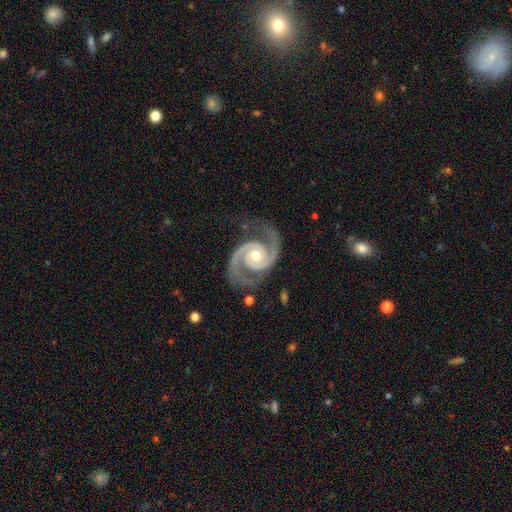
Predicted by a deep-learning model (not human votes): A featured or disk galaxy (95%) with no bar (66%), 2 (94%) medium (53%) spiral arms (99%) and a moderate central bulge (73%).

Vote fractions:
- Smooth or featured? featured or disk: 95% / star or artifact: 3% / smooth: 2%
- Edge-on disk? no: 98% / yes: 2%
- Bar? no: 66% / weak: 24% / strong: 10%
- Spiral arms? yes: 99% / no: 1%
- Spiral winding? medium: 53% / tight: 39% / loose: 7%
- Spiral arm count? 2: 94% / 3: 2% / can't tell: 1% / 1: 1% / 4: 1% / more than 4: 1%
- Bulge size? moderate: 73% / small: 21% / large: 4% / none: 1% / dominant: 1%
- Merging? none: 79% / minor disturbance: 14% / major disturbance: 5% / merger: 1%